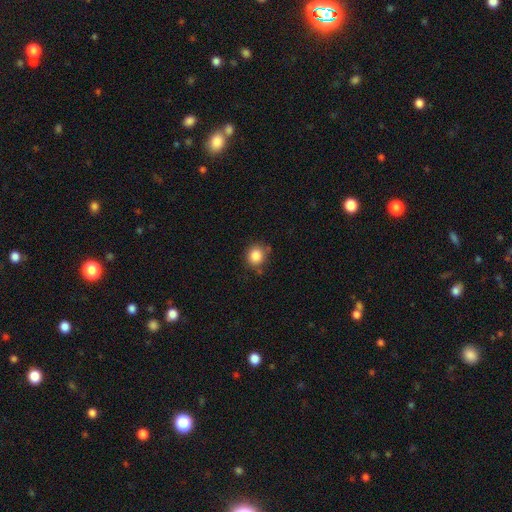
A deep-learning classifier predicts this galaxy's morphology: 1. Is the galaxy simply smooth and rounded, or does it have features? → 85% smooth, 10% star or artifact, 5% featured or disk.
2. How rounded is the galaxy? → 86% round, 13% in between, 1% cigar-shaped.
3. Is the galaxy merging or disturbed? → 79% none, 14% minor disturbance, 4% merger, 3% major disturbance.